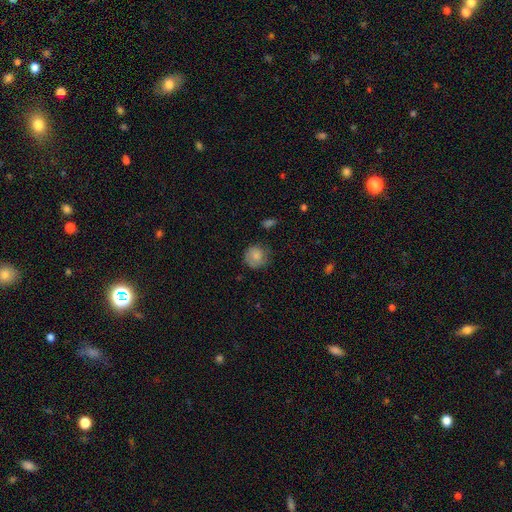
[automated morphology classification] Q: Smooth or featured?
A: smooth (78%); runner-up: featured or disk (14%)
Q: How rounded?
A: round (90%); runner-up: in between (9%)
Q: Merging?
A: none (73%); runner-up: minor disturbance (20%)